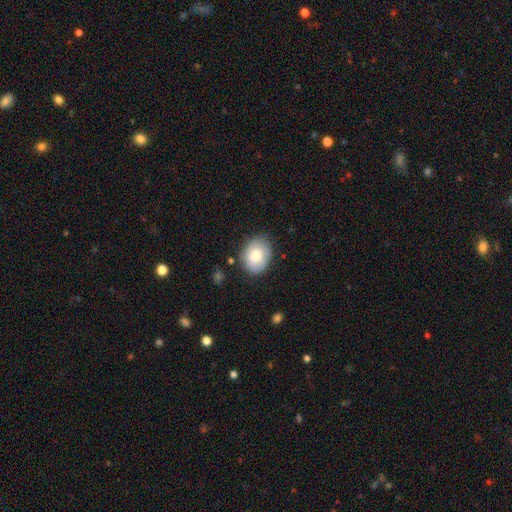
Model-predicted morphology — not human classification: A smooth galaxy with no disk features (77%) that is in between round and cigar-shaped (55%).

Vote fractions:
- Smooth or featured? smooth: 77% / featured or disk: 16% / star or artifact: 7%
- How rounded? in between: 55% / round: 44% / cigar-shaped: 1%
- Merging? none: 77% / minor disturbance: 17% / major disturbance: 4% / merger: 2%